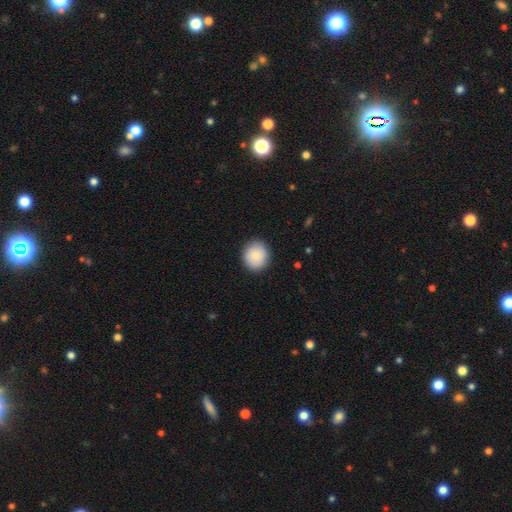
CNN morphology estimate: smooth 83%, featured or disk 9%, star or artifact 7%. Down the decision tree: how rounded — round (84%); merging — none (90%).